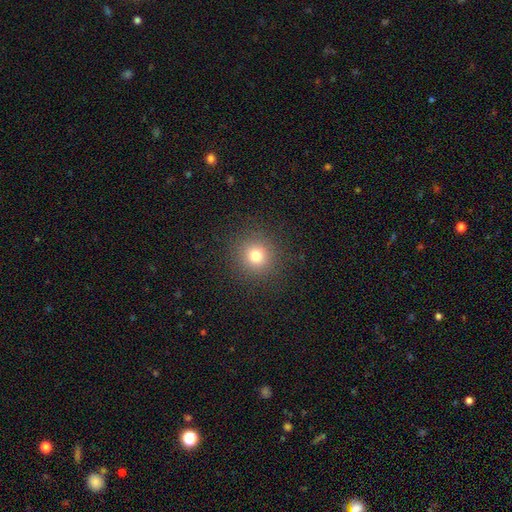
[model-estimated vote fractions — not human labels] Smooth or featured? Predicted: smooth (p=0.76). How rounded? Predicted: round (p=0.94). Merging? Predicted: none (p=0.91).